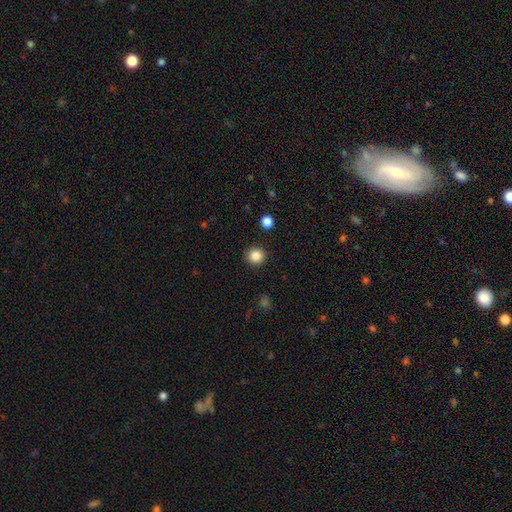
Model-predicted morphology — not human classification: type=smooth (85%); roundness=round (94%); merging=none (92%).